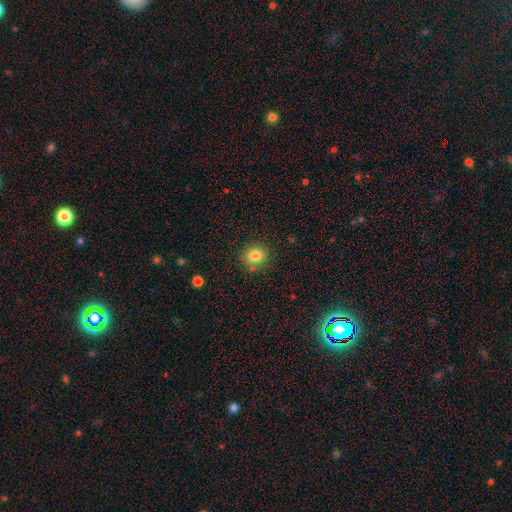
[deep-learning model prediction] smooth-or-featured: smooth: 82% | star or artifact: 11% | featured or disk: 7%
  how-rounded: round: 75% | in between: 24% | cigar-shaped: 1%
  merging: none: 83% | minor disturbance: 11% | merger: 4% | major disturbance: 3%